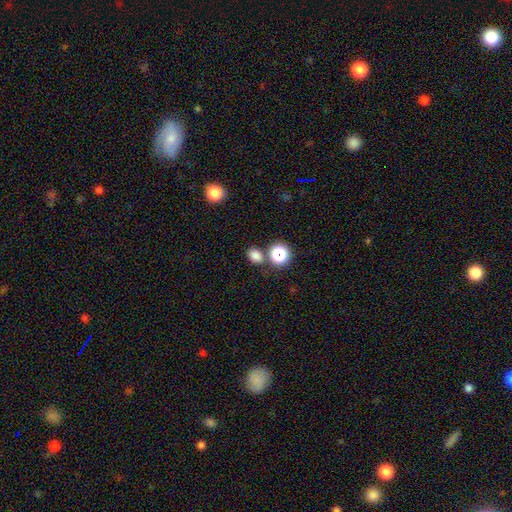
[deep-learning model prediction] Morphology: type=smooth (79%); roundness=in between (51%); merging=none (74%).